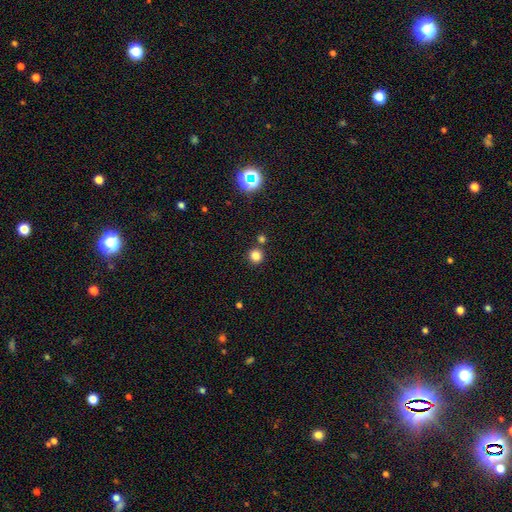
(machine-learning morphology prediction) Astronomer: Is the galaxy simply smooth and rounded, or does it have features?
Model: smooth — 81%.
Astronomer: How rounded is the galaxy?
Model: round — 93%.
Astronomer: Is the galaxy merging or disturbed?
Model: none — 80%.